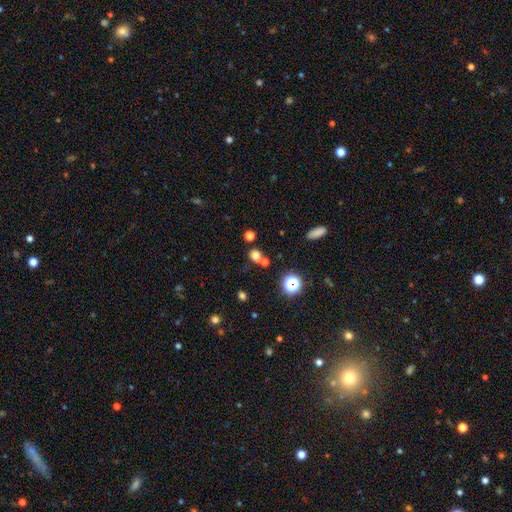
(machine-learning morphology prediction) type=smooth (69%); roundness=round (73%); merging=none (57%).